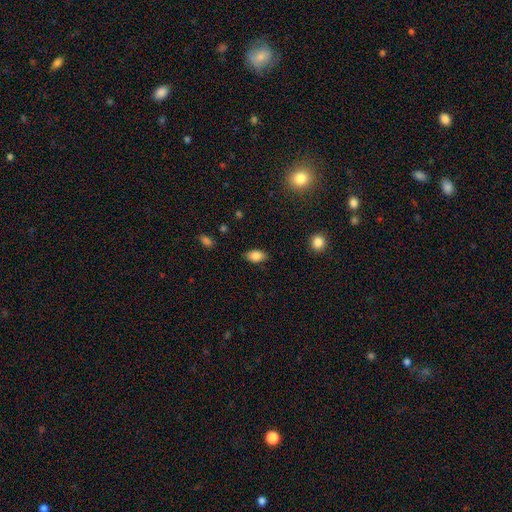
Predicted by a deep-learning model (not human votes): This appears to be a smooth galaxy with no disk features (84%) that is in between round and cigar-shaped (91%). Merging: none (85%).